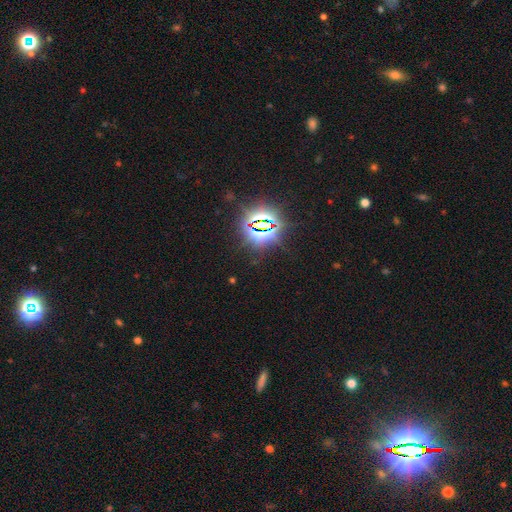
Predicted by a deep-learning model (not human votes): Smooth or featured: star or artifact — 82% (smooth — 11%)